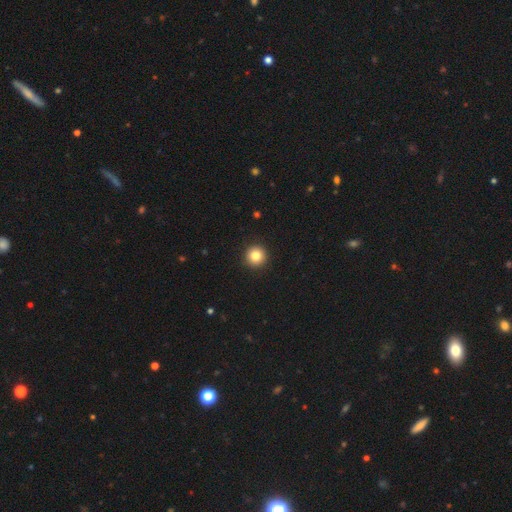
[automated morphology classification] Smooth or featured?
  - smooth: 83% *
  - star or artifact: 11%
  - featured or disk: 6%
How rounded?
  - round: 96% *
  - in between: 3%
  - cigar-shaped: 1%
Merging?
  - none: 94% *
  - minor disturbance: 4%
  - major disturbance: 1%
  - merger: 1%